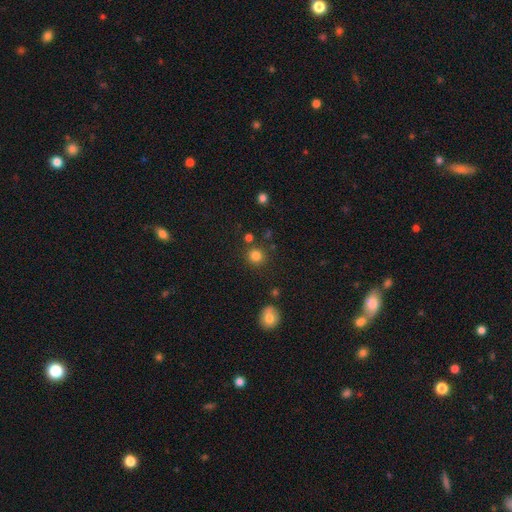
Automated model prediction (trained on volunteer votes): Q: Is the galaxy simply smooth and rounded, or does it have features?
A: smooth — 81%.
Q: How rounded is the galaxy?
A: round — 90%.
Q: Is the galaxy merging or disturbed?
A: none — 83%.